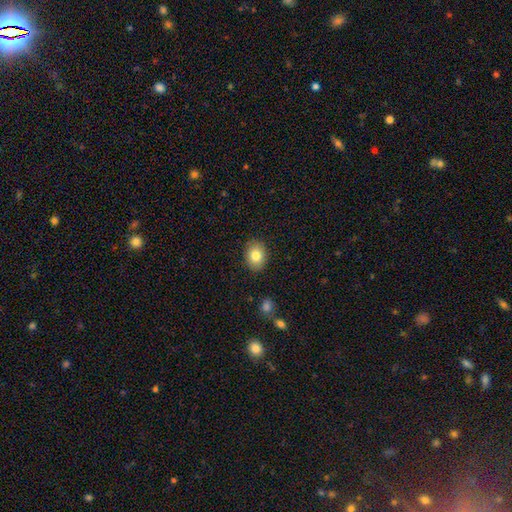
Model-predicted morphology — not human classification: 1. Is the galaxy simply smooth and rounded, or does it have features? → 82% smooth, 10% featured or disk, 8% star or artifact.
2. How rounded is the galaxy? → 62% in between, 37% round, 1% cigar-shaped.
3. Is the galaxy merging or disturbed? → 87% none, 9% minor disturbance, 2% major disturbance, 1% merger.